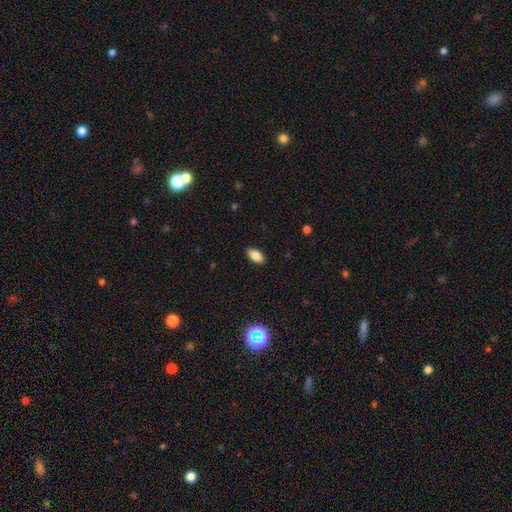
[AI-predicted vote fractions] A smooth galaxy with no disk features (83%) that is in between round and cigar-shaped (91%). Merging: none (89%).